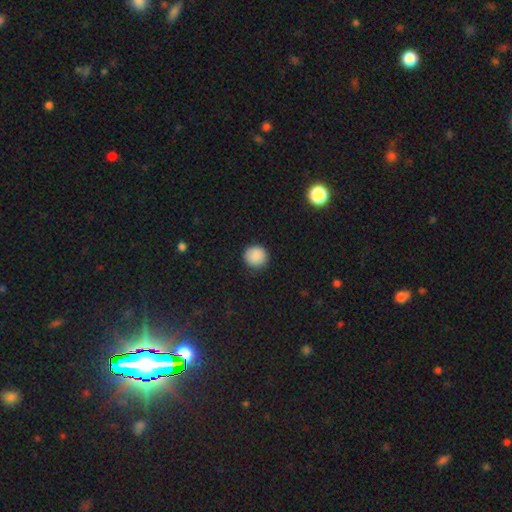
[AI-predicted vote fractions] Morphology: type=smooth (89%); roundness=round (94%); merging=none (89%).